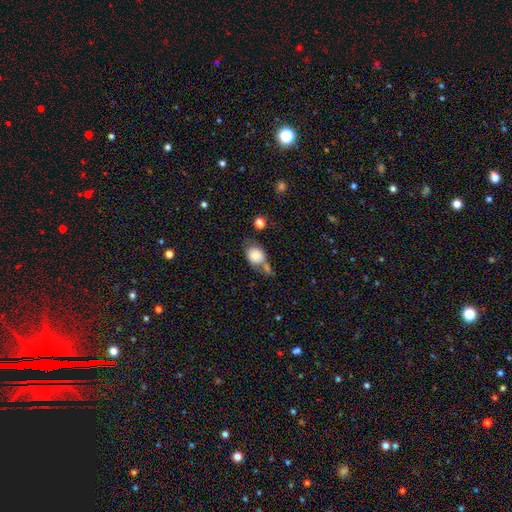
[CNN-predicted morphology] Overall: smooth (77%). How rounded: round (54%; in between 44%). Merging: none (39%; merger 29%).